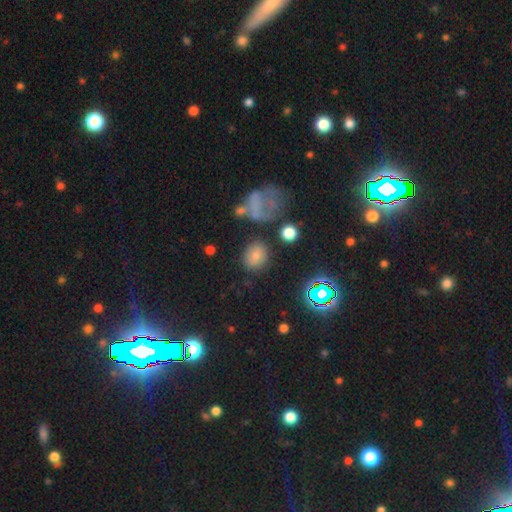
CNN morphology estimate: Smooth or featured?
  - smooth: 72% *
  - star or artifact: 16%
  - featured or disk: 12%
How rounded?
  - round: 58% *
  - in between: 40%
  - cigar-shaped: 2%
Merging?
  - none: 77% *
  - minor disturbance: 12%
  - major disturbance: 6%
  - merger: 5%